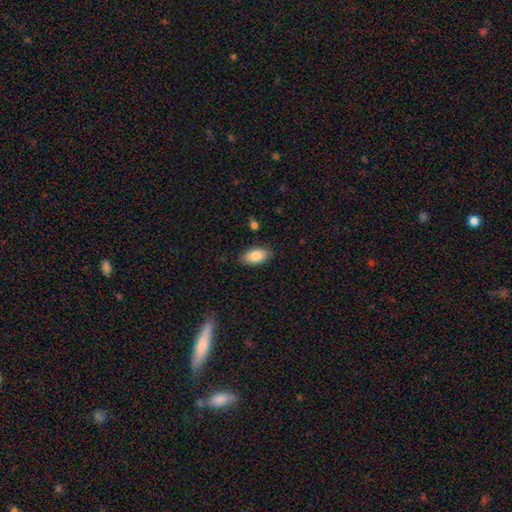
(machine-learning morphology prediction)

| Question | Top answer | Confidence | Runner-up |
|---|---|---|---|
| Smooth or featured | smooth | 85% | featured or disk (8%) |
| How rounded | in between | 93% | round (4%) |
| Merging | none | 83% | minor disturbance (13%) |